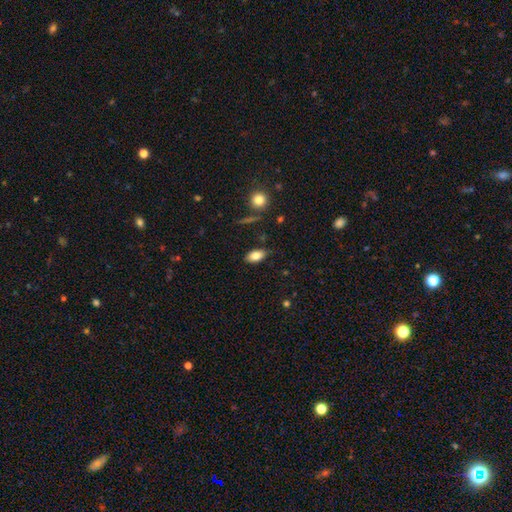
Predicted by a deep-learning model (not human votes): Smooth or featured: smooth — 81% (featured or disk — 11%)
How rounded: in between — 90% (round — 5%)
Merging: none — 80% (minor disturbance — 15%)